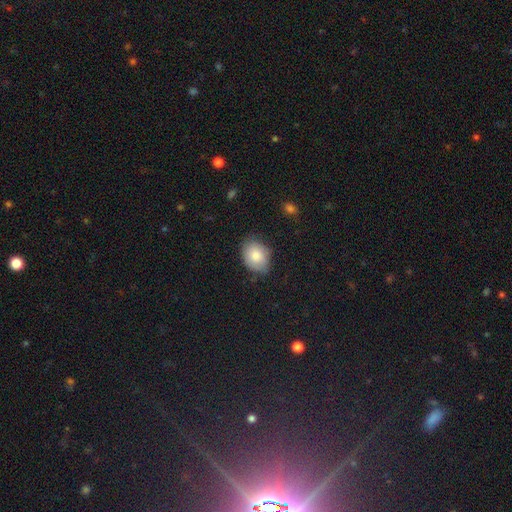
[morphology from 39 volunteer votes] Smooth or featured? smooth (82%)
How rounded? in between (81%)
Merging? none (59%)